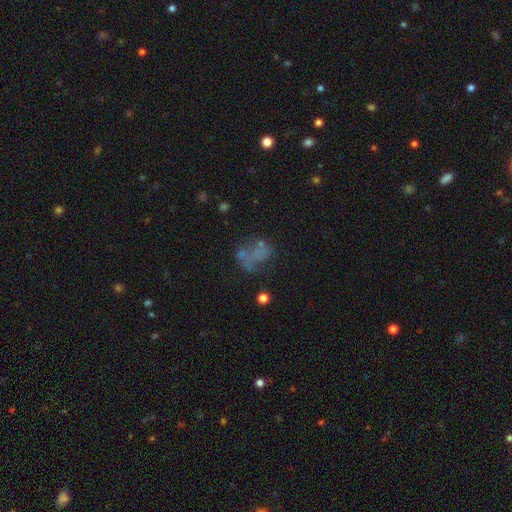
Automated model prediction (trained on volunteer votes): A smooth galaxy with no disk features (41%).

Vote fractions:
- Smooth or featured? smooth: 41% / featured or disk: 36% / star or artifact: 23%
- Merging? none: 37% / major disturbance: 29% / merger: 18% / minor disturbance: 17%